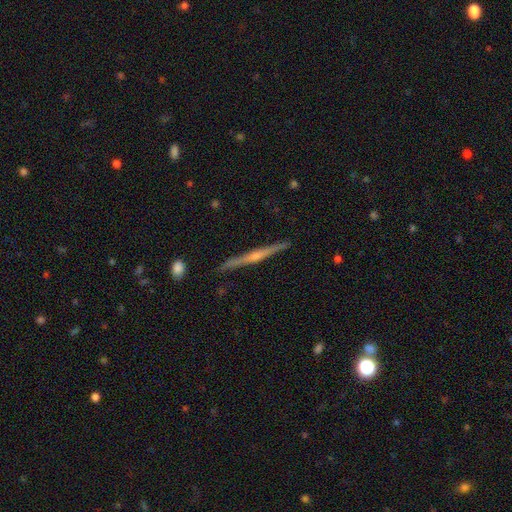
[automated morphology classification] smooth-or-featured: featured or disk: 78% | smooth: 15% | star or artifact: 7%
  disk-edge-on: yes: 98% | no: 2%
    edge-on-bulge: rounded: 81% | none: 13% | boxy: 7%
  merging: none: 89% | minor disturbance: 8% | major disturbance: 2% | merger: 2%